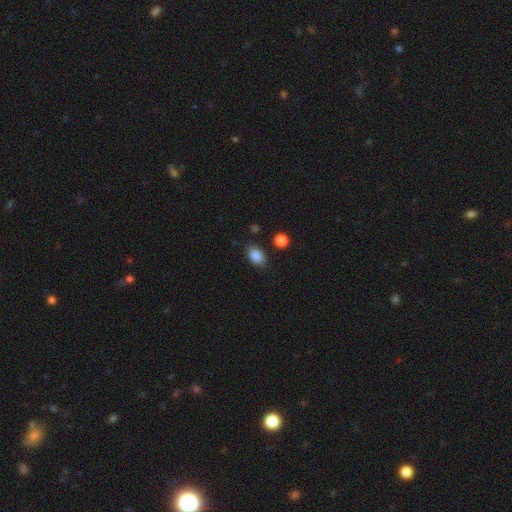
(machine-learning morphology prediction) Q: Smooth or featured?
A: smooth (87%); runner-up: star or artifact (9%)
Q: How rounded?
A: in between (82%); runner-up: round (17%)
Q: Merging?
A: none (82%); runner-up: minor disturbance (12%)